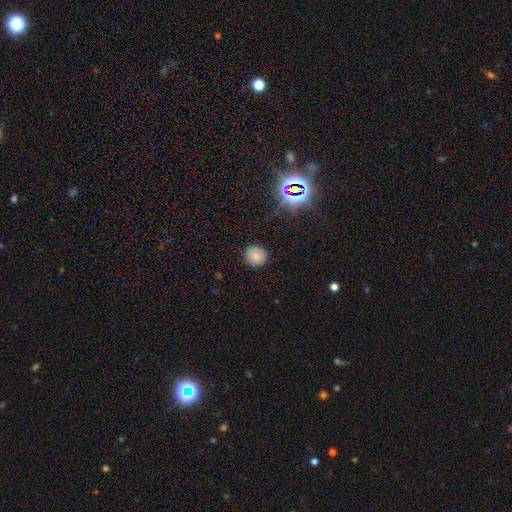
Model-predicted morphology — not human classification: Smooth or featured: smooth — 78% (star or artifact — 15%)
How rounded: round — 92% (in between — 7%)
Merging: none — 89% (minor disturbance — 8%)